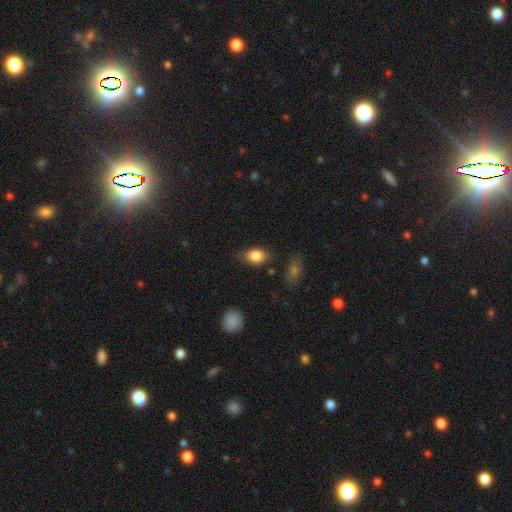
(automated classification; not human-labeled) Smooth or featured?
  - smooth: 85% *
  - featured or disk: 8%
  - star or artifact: 8%
How rounded?
  - in between: 83% *
  - round: 14%
  - cigar-shaped: 2%
Merging?
  - none: 75% *
  - minor disturbance: 18%
  - major disturbance: 4%
  - merger: 3%